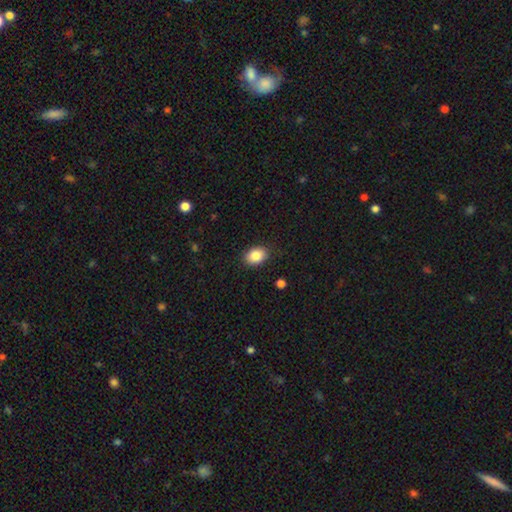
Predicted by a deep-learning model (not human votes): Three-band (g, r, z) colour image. It shows a smooth galaxy with no disk features (86%) that is in between round and cigar-shaped (76%). Merging: none (87%).